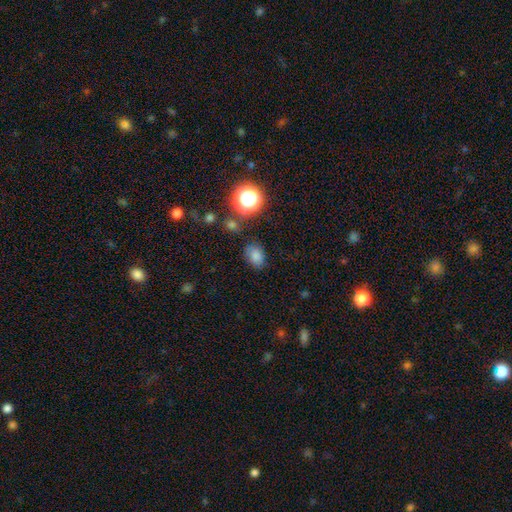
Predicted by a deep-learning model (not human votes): The model was most divided on "how rounded": in between: 71%, round: 28%, cigar-shaped: 1%. More confident: smooth or featured — smooth (78%); merging — none (73%).